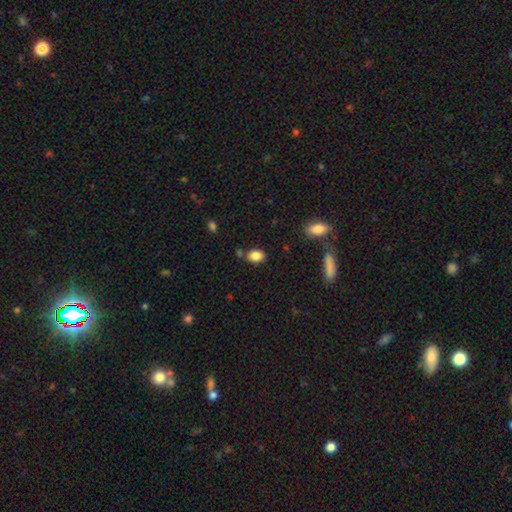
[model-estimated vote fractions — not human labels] Q: Smooth or featured?
A: smooth (85%); runner-up: star or artifact (9%)
Q: How rounded?
A: in between (75%); runner-up: round (24%)
Q: Merging?
A: none (75%); runner-up: minor disturbance (13%)